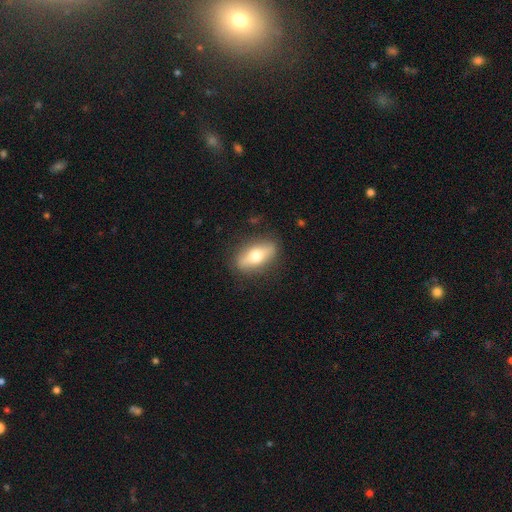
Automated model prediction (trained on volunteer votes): Smooth or featured? smooth (52%)
How rounded? in between (73%)
Merging? none (85%)